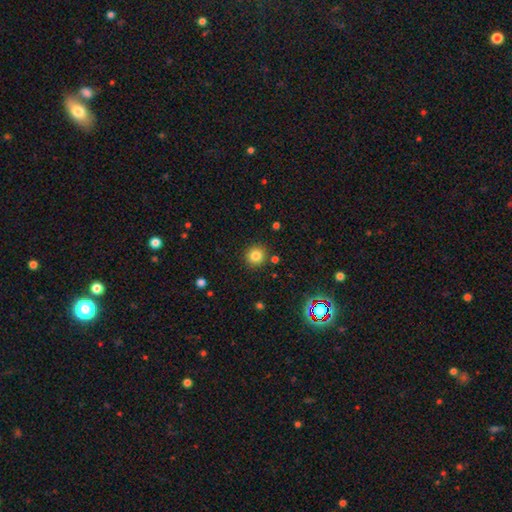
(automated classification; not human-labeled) A smooth galaxy with no disk features (82%) that is round (91%). Merging: none (88%).